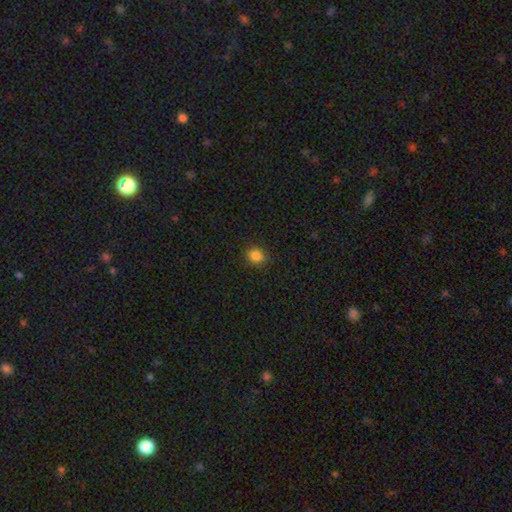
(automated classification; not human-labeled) A smooth galaxy with no disk features (85%) that is round (78%). Merging: none (90%).